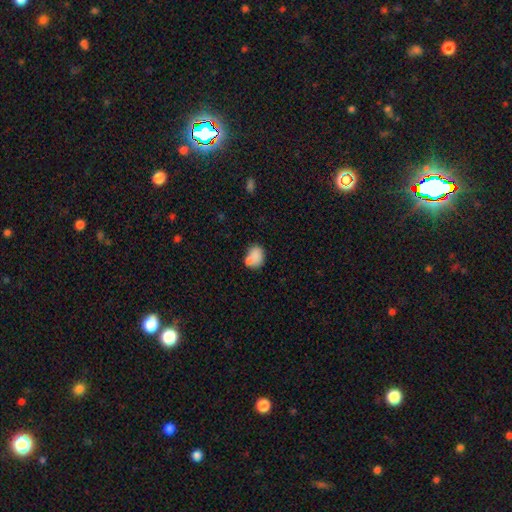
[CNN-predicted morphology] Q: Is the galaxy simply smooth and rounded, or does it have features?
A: smooth — 80%.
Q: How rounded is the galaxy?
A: in between — 56%.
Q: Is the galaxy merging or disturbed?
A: none — 47%.